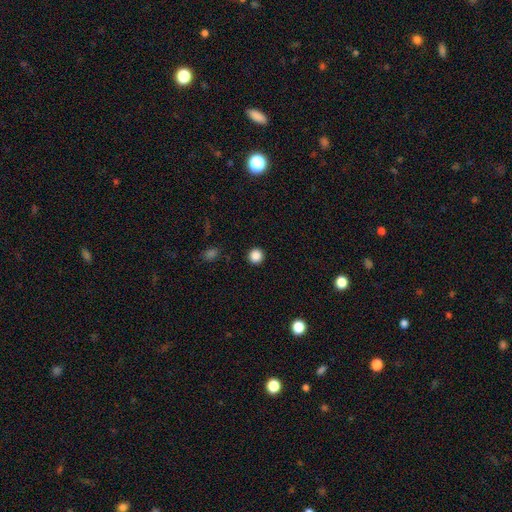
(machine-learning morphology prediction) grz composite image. It shows a smooth galaxy with no disk features (87%) that is round (96%). Merging: none (93%).